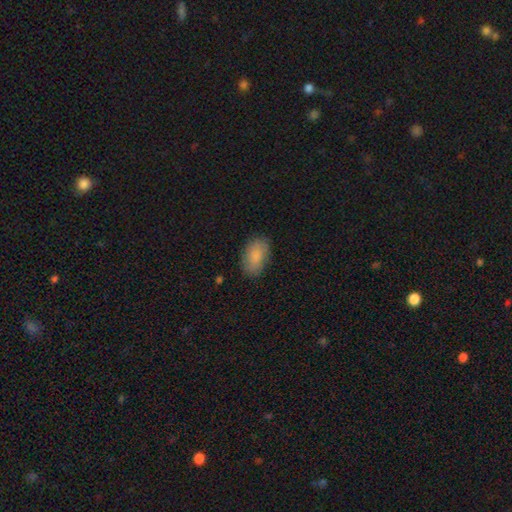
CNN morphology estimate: smooth-or-featured: smooth: 85% | featured or disk: 9% | star or artifact: 7%
  how-rounded: in between: 92% | round: 6% | cigar-shaped: 2%
  merging: none: 81% | minor disturbance: 14% | major disturbance: 3% | merger: 1%